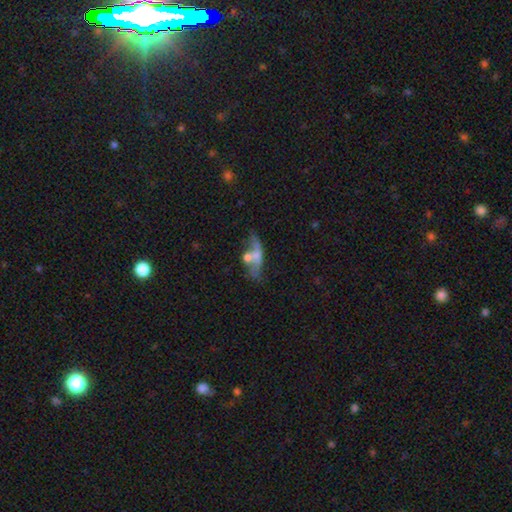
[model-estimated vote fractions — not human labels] Smooth or featured? Predicted: featured or disk (p=0.49). Merging? Predicted: none (p=0.37).